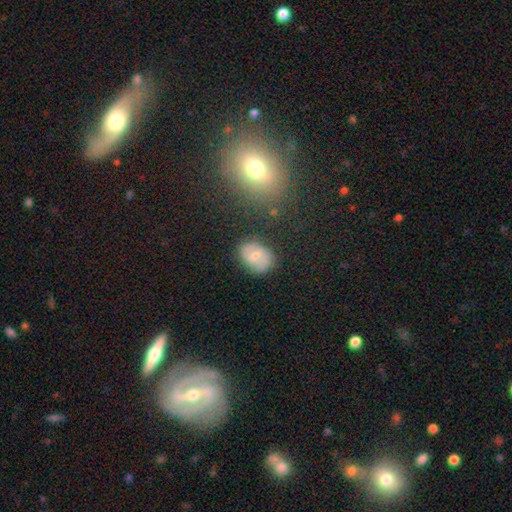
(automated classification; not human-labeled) The model was most divided on "smooth or featured": smooth: 47%, featured or disk: 44%, star or artifact: 9%. More confident: merging — none (77%).